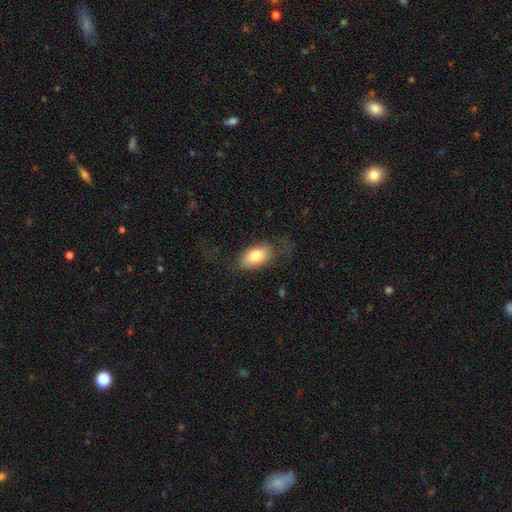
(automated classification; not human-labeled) Smooth or featured: smooth — 79% (featured or disk — 14%)
How rounded: in between — 92% (round — 6%)
Merging: none — 64% (minor disturbance — 20%)